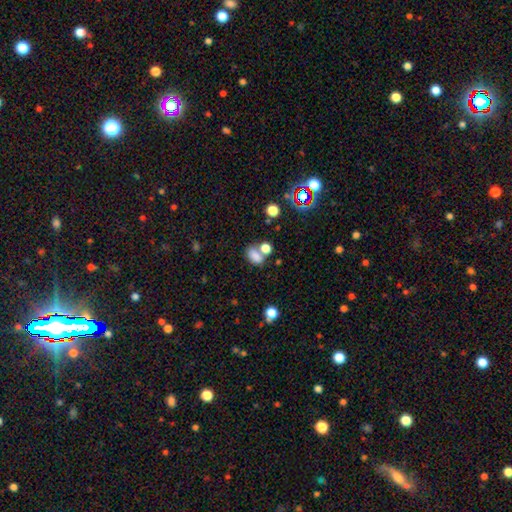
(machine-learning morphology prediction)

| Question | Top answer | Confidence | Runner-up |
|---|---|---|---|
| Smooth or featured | smooth | 76% | star or artifact (14%) |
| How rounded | in between | 80% | round (17%) |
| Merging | none | 42% | merger (38%) |